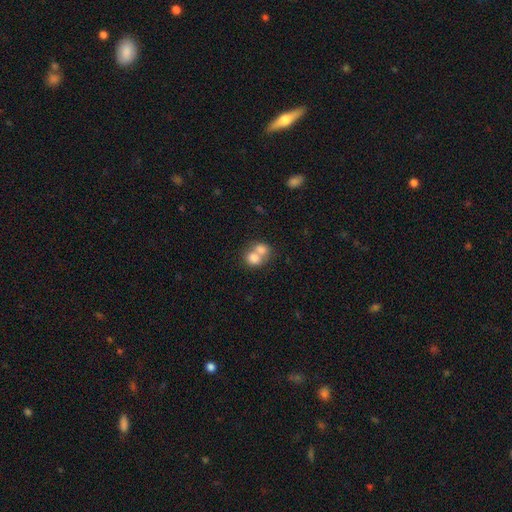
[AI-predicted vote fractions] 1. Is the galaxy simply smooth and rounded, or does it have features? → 76% smooth, 15% featured or disk, 9% star or artifact.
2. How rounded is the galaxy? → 54% round, 45% in between, 1% cigar-shaped.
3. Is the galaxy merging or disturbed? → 70% merger, 21% none, 5% minor disturbance, 3% major disturbance.